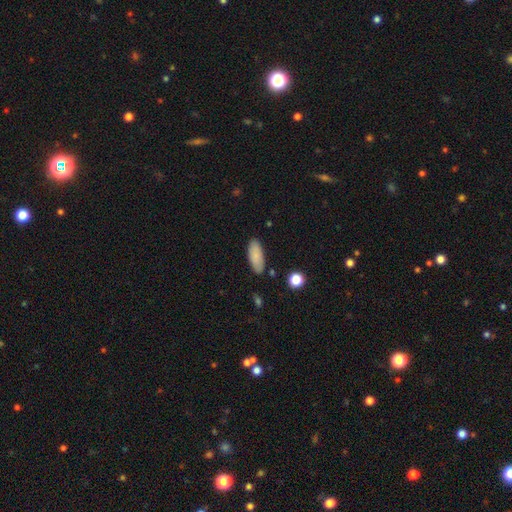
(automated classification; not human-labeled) smooth_or_featured: smooth (p=0.84) [alt: featured or disk p=0.09]
how_rounded: in between (p=0.81) [alt: cigar-shaped p=0.17]
merging: none (p=0.85) [alt: minor disturbance p=0.11]